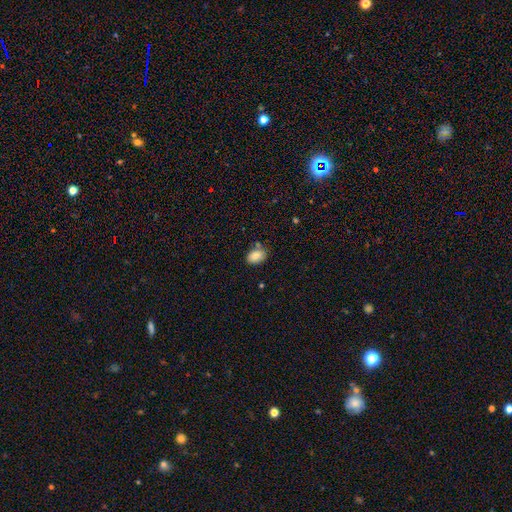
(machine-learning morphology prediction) A smooth galaxy with no disk features (86%) that is in between round and cigar-shaped (86%).

Vote fractions:
- Smooth or featured? smooth: 86% / star or artifact: 8% / featured or disk: 6%
- How rounded? in between: 86% / round: 13% / cigar-shaped: 1%
- Merging? none: 74% / minor disturbance: 15% / merger: 8% / major disturbance: 3%